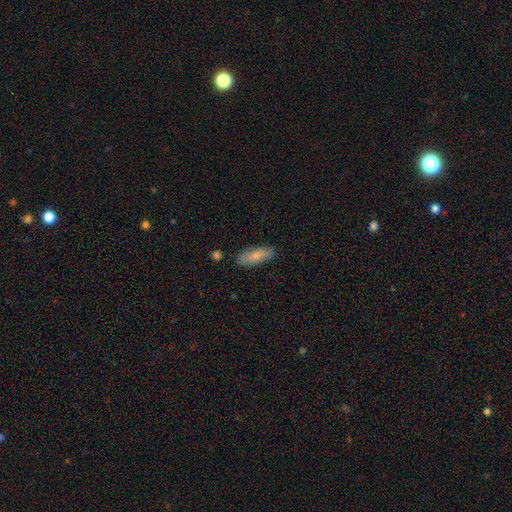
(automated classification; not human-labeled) Smooth or featured?
  - smooth: 79% *
  - featured or disk: 15%
  - star or artifact: 6%
How rounded?
  - in between: 67% *
  - cigar-shaped: 31%
  - round: 2%
Merging?
  - none: 83% *
  - minor disturbance: 12%
  - major disturbance: 2%
  - merger: 2%